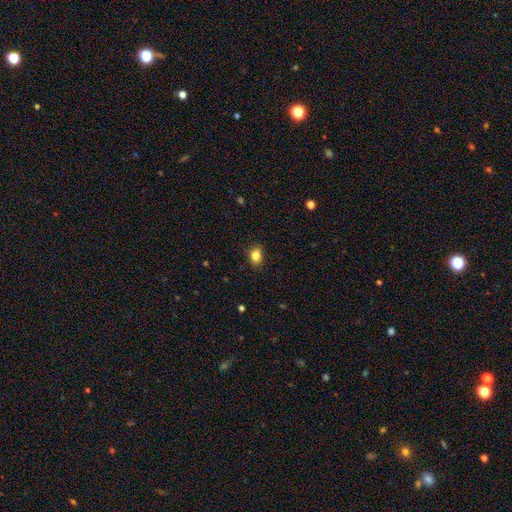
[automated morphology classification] A smooth galaxy with no disk features (84%) that is in between round and cigar-shaped (62%). Merging: none (87%).